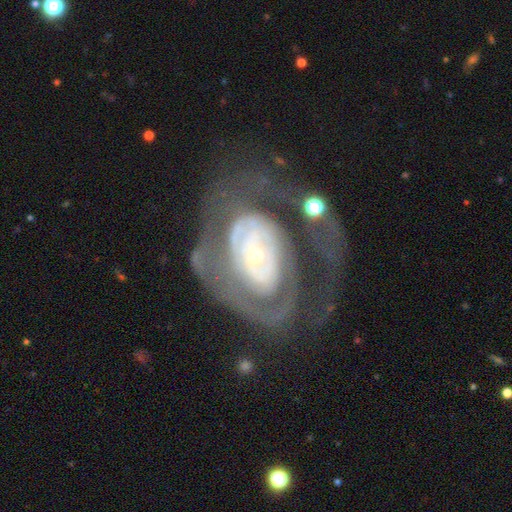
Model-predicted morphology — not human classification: The model was most divided on "merging": major disturbance: 45%, none: 33%, minor disturbance: 17%, merger: 6%. Remaining: edge-on disk — no (95%); smooth or featured — featured or disk (79%); bar — no (76%); spiral arms — yes (67%); spiral winding — tight (62%); bulge size — small (59%); spiral arm count — can't tell (44%).